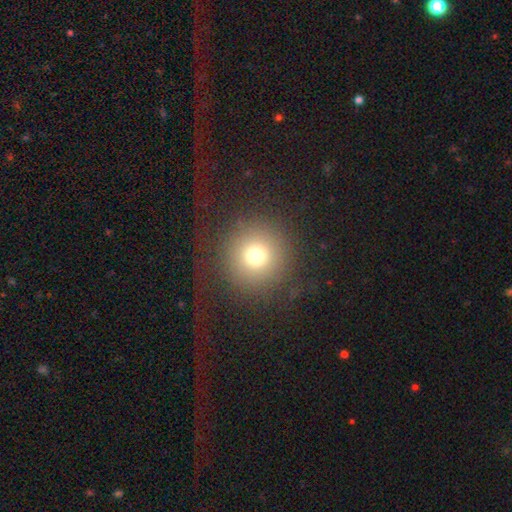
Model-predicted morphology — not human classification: Overall: smooth (73%). How rounded: round (95%). Merging: none (80%).